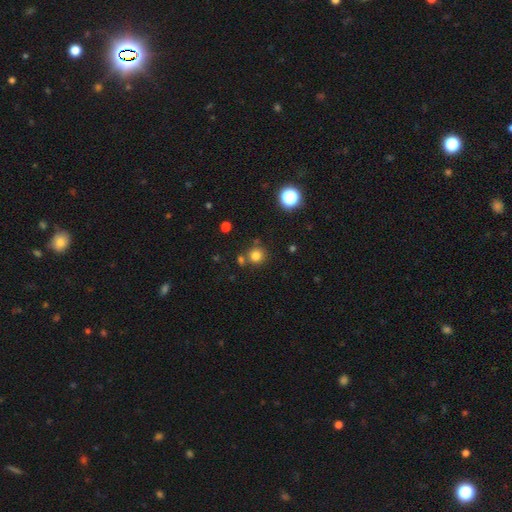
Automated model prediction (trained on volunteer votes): Smooth or featured: smooth — 79% (star or artifact — 15%)
How rounded: round — 92% (in between — 7%)
Merging: none — 73% (merger — 14%)